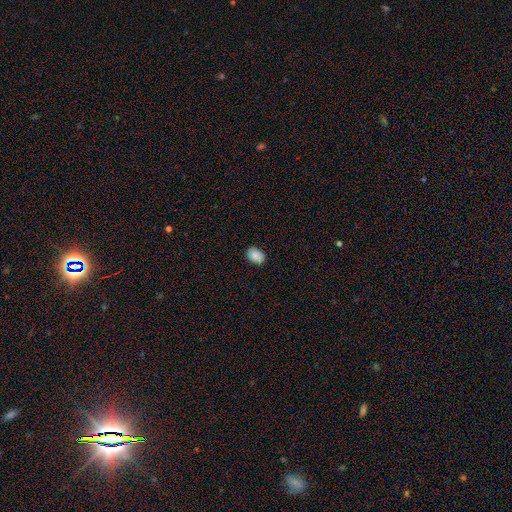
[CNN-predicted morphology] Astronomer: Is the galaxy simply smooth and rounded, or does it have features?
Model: smooth — 88%.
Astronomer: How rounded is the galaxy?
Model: in between — 77%.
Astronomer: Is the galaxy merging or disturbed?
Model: none — 87%.